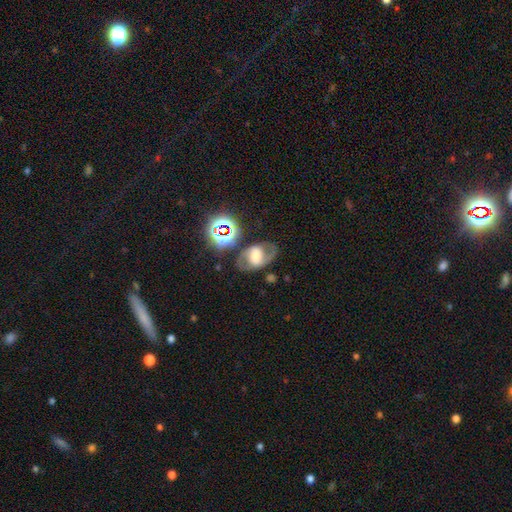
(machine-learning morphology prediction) Smooth or featured: featured or disk — 59% (smooth — 27%)
Edge-on disk: no — 94% (yes — 6%)
Bar: weak — 36% (strong — 35%)
Spiral arms: yes — 71% (no — 29%)
Bulge size: moderate — 41% (large — 30%)
Merging: none — 71% (minor disturbance — 15%)